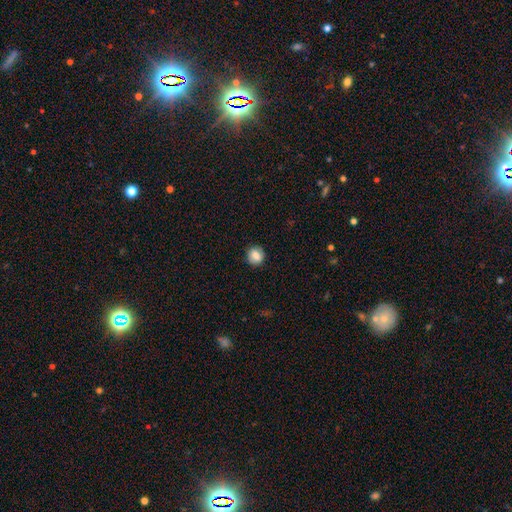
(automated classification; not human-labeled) This is likely a smooth galaxy (80%). How rounded: clearly round (84%). Merging: clearly none (88%).